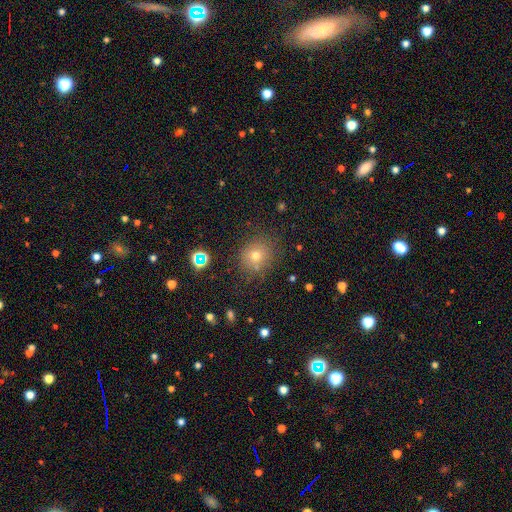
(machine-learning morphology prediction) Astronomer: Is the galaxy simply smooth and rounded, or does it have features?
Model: smooth — 69%.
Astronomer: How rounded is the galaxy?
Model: round — 80%.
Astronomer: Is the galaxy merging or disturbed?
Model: none — 79%.